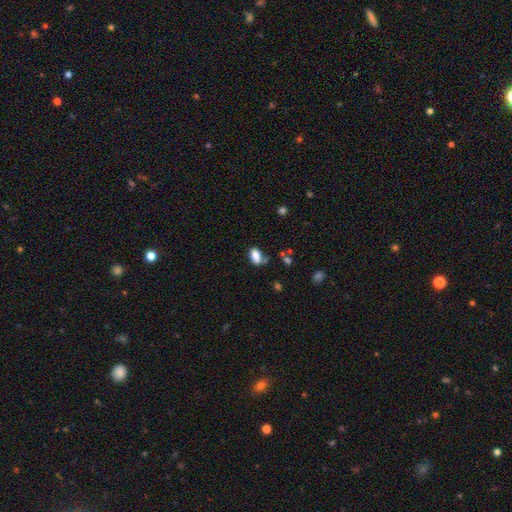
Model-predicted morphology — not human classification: Overall: smooth (84%). How rounded: in between (89%). Merging: none (58%; minor disturbance 24%).